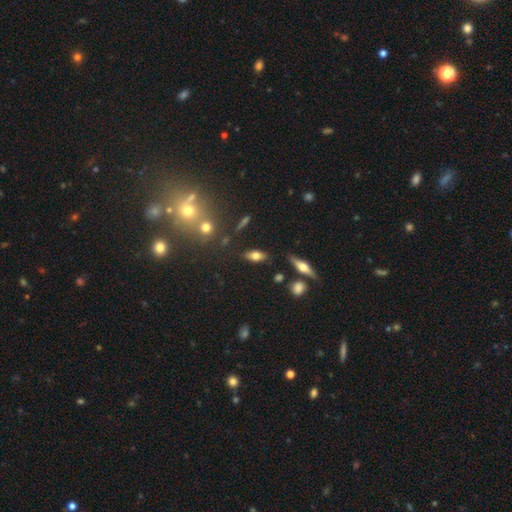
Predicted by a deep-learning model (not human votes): Morphology: type=smooth (64%); roundness=in between (79%); merging=none (80%).